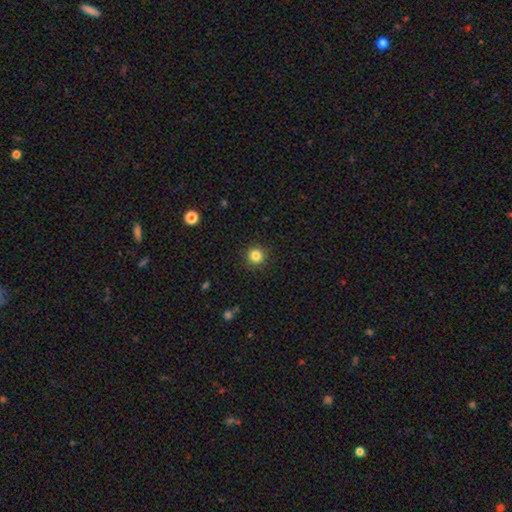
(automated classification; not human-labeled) This appears to be a smooth galaxy with no disk features (84%) that is round (94%). Merging: none (91%).